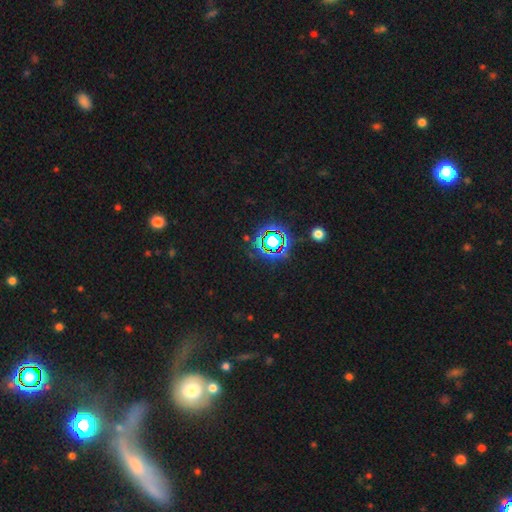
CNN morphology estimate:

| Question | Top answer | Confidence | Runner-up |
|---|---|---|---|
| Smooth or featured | star or artifact | 50% | featured or disk (26%) |